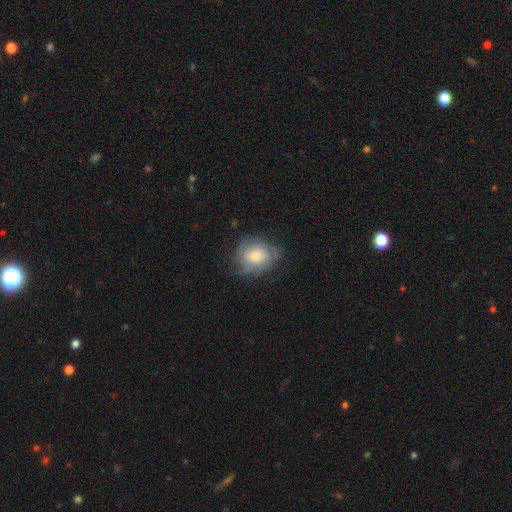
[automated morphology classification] Smooth or featured? Predicted: featured or disk (p=0.47). Merging? Predicted: none (p=0.62).